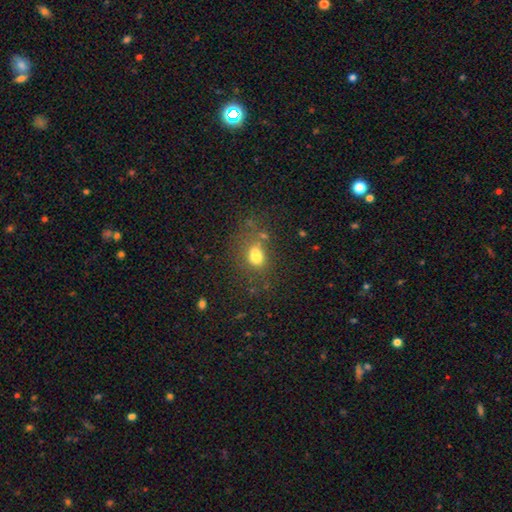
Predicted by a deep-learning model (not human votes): Morphology: type=smooth (76%); roundness=in between (66%); merging=none (58%).